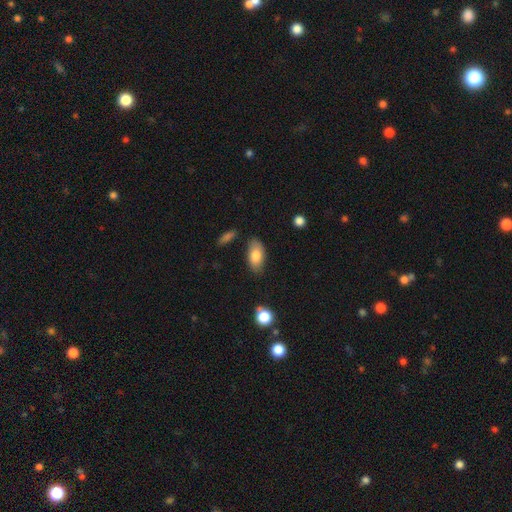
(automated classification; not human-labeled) Overall: smooth (80%). How rounded: in between (92%). Merging: none (78%).